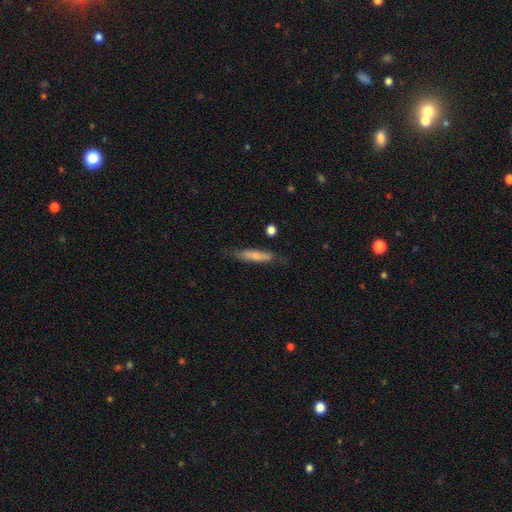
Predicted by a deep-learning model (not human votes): Morphology: type=smooth (67%); roundness=cigar-shaped (85%); merging=none (71%).